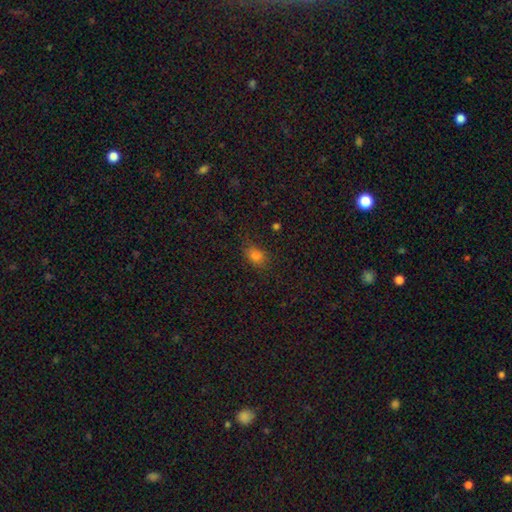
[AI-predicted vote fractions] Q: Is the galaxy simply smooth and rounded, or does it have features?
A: smooth — 77%.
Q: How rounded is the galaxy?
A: in between — 61%.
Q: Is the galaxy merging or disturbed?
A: none — 74%.